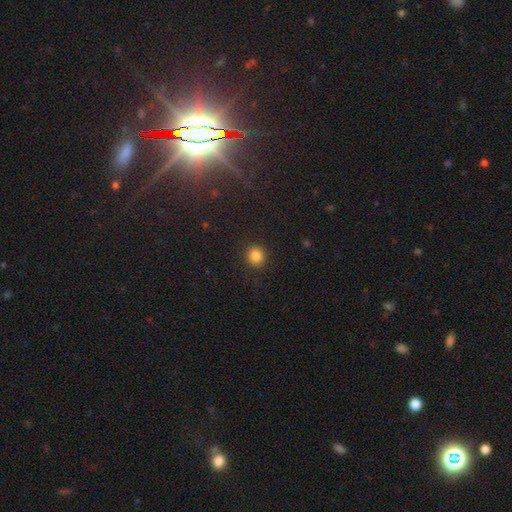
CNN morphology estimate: smooth 85%, star or artifact 11%, featured or disk 4%. Down the decision tree: how rounded — round (92%); merging — none (92%).